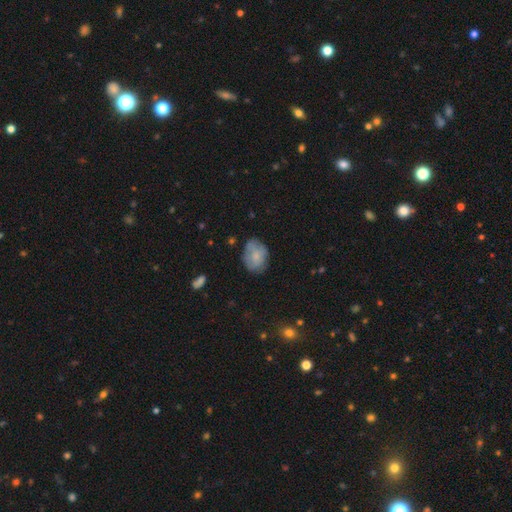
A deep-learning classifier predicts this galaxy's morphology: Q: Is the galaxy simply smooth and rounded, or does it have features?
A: smooth — 69%.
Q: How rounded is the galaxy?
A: in between — 67%.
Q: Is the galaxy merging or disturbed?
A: none — 63%.